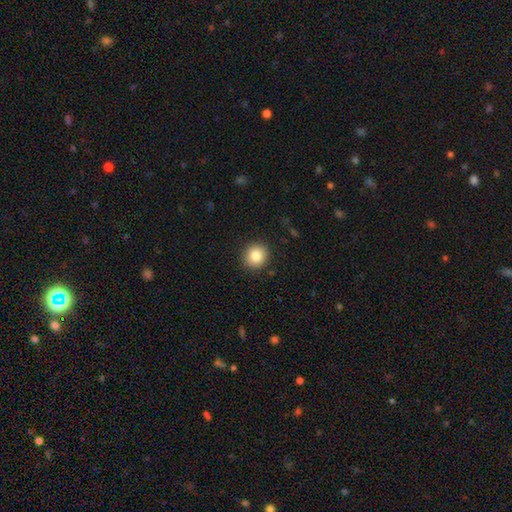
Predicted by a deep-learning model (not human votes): Morphology: type=smooth (84%); roundness=round (88%); merging=none (90%).